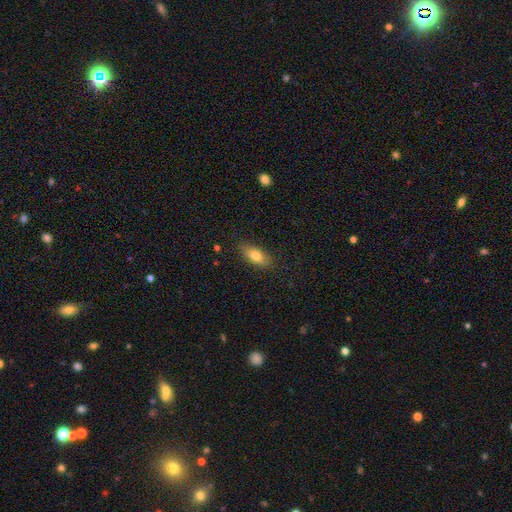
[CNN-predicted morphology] The model was most divided on "smooth or featured": smooth: 76%, featured or disk: 17%, star or artifact: 7%. More confident: merging — none (83%); how rounded — in between (81%).